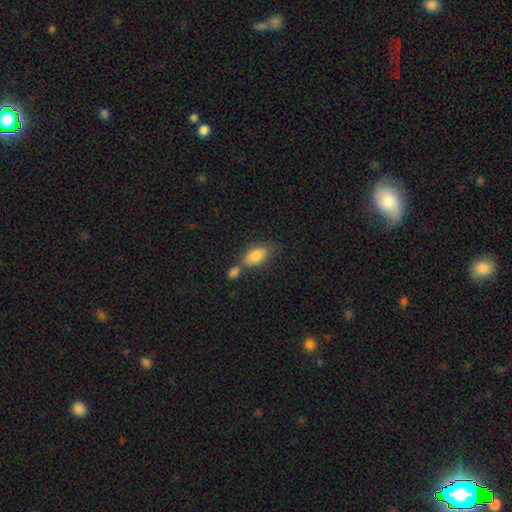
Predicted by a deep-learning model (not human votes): Smooth or featured: smooth — 84% (featured or disk — 9%)
How rounded: in between — 90% (cigar-shaped — 5%)
Merging: none — 41% (merger — 38%)